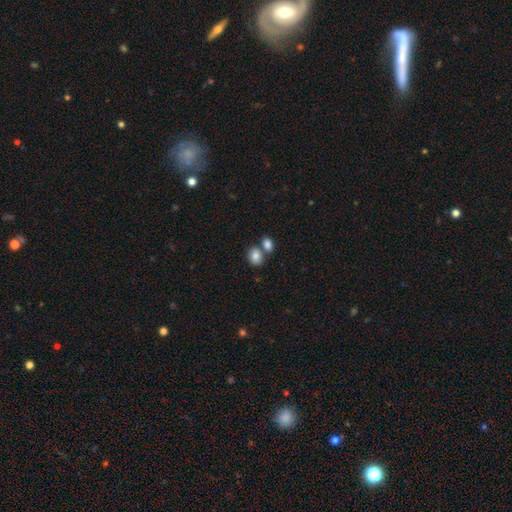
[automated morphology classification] This is clearly a smooth galaxy (84%). How rounded: possibly in between (55%). Merging: possibly none (48%).